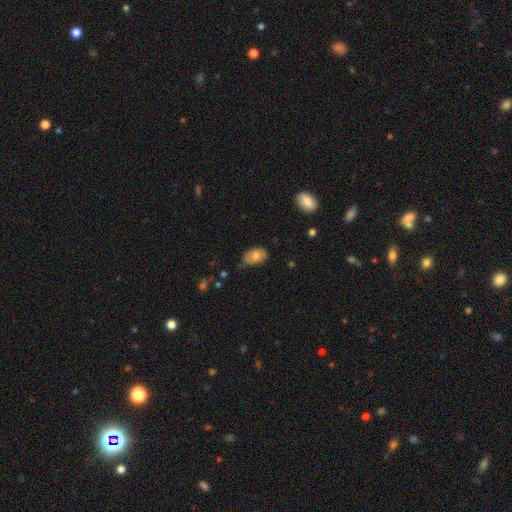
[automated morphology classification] This appears to be a smooth galaxy with no disk features (64%) that is in between round and cigar-shaped (91%). Merging: none (68%).